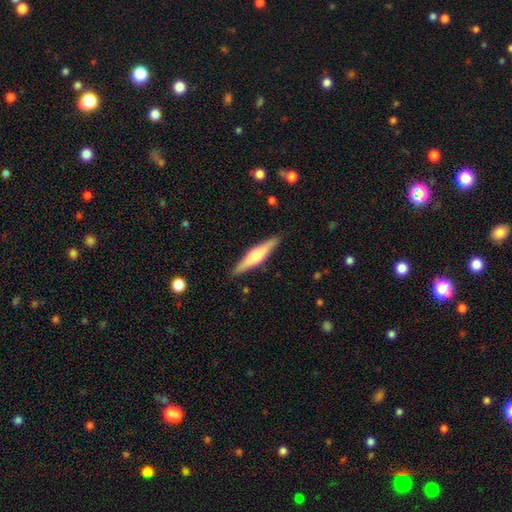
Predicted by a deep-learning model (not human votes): This appears to be a featured or disk galaxy (56%) viewed edge-on (95%) with a rounded central bulge (90%). Merging: none (90%).